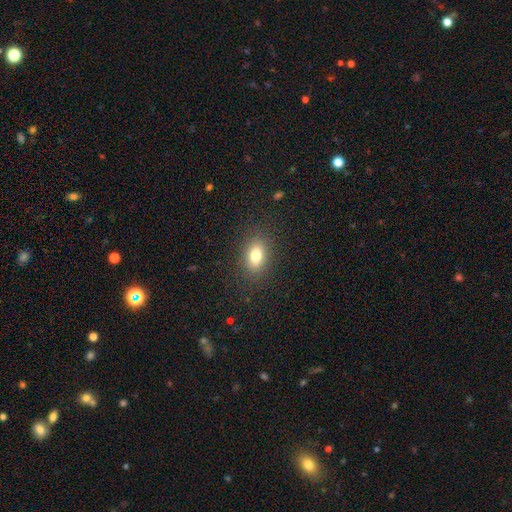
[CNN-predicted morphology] Smooth or featured?
  - smooth: 80% *
  - featured or disk: 10%
  - star or artifact: 10%
How rounded?
  - in between: 82% *
  - round: 16%
  - cigar-shaped: 2%
Merging?
  - none: 86% *
  - minor disturbance: 9%
  - major disturbance: 4%
  - merger: 1%